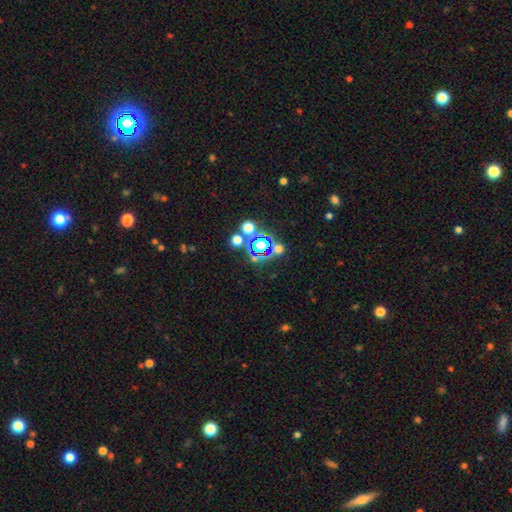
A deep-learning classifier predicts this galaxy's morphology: type=star or artifact (73%).